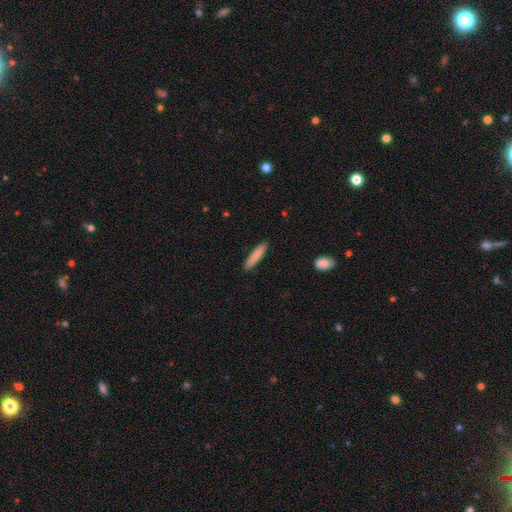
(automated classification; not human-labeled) This appears to be a smooth galaxy with no disk features (85%) that is cigar-shaped (88%). Merging: none (90%).